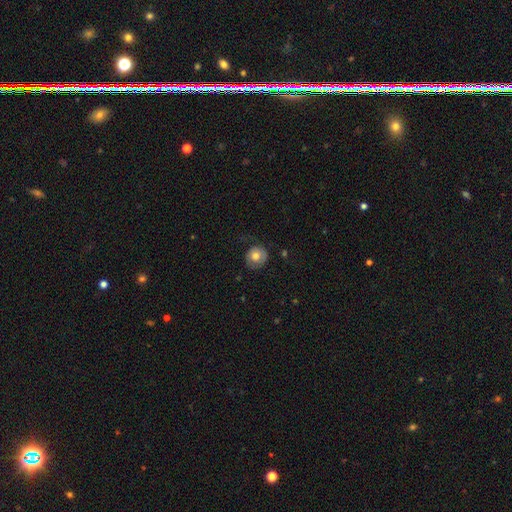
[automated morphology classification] A smooth galaxy with no disk features (67%) that is round (86%).

Vote fractions:
- Smooth or featured? smooth: 67% / featured or disk: 25% / star or artifact: 8%
- How rounded? round: 86% / in between: 13% / cigar-shaped: 1%
- Merging? none: 73% / minor disturbance: 19% / major disturbance: 7% / merger: 1%